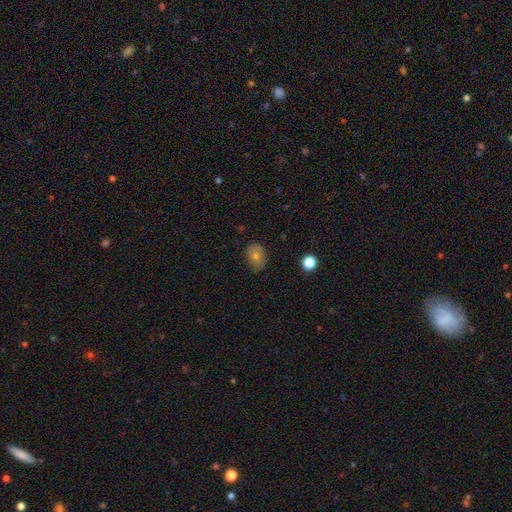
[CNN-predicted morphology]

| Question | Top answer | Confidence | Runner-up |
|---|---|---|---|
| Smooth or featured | smooth | 65% | featured or disk (21%) |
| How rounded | in between | 58% | round (41%) |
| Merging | none | 74% | minor disturbance (21%) |